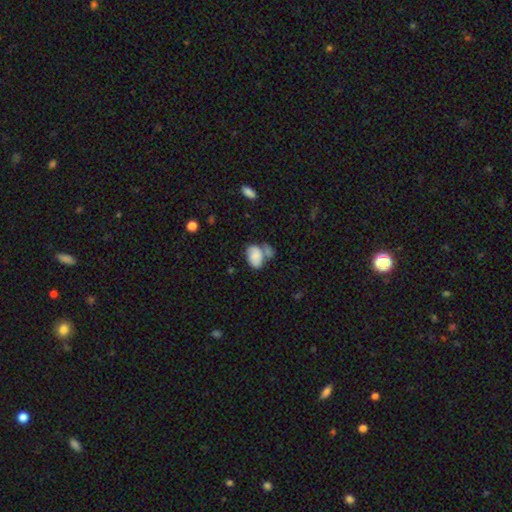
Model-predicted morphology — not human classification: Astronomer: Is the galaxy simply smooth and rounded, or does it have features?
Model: smooth — 68%.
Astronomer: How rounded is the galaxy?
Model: in between — 82%.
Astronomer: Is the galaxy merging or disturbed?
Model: merger — 35% (runner-up: none, 33%).